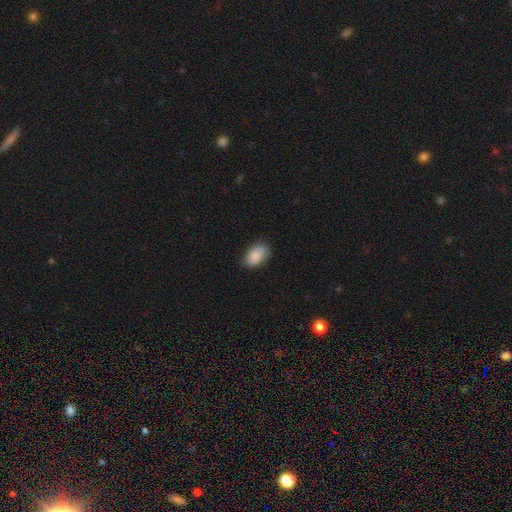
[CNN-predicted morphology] A smooth galaxy with no disk features (86%) that is in between round and cigar-shaped (89%). Merging: none (77%).